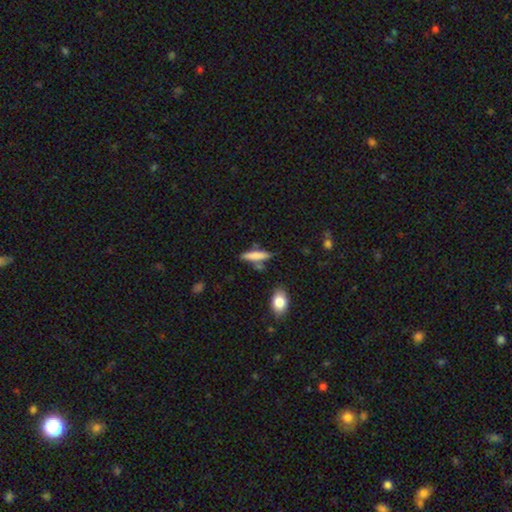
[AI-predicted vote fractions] Smooth or featured: smooth — 77% (featured or disk — 16%)
How rounded: cigar-shaped — 79% (in between — 19%)
Merging: none — 75% (minor disturbance — 14%)